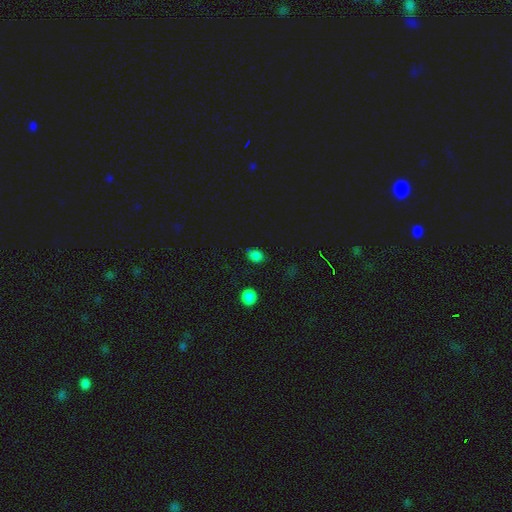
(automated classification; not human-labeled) Smooth or featured?
  - smooth: 78% *
  - star or artifact: 18%
  - featured or disk: 4%
How rounded?
  - round: 52% *
  - in between: 47%
  - cigar-shaped: 1%
Merging?
  - none: 85% *
  - minor disturbance: 10%
  - major disturbance: 3%
  - merger: 2%